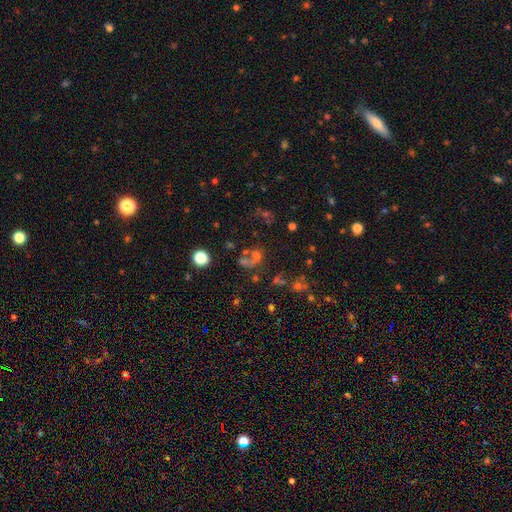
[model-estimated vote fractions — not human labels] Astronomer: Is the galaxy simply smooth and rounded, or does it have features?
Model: smooth — 39% (runner-up: star or artifact, 37%).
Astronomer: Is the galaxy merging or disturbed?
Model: none — 38% (runner-up: merger, 31%).